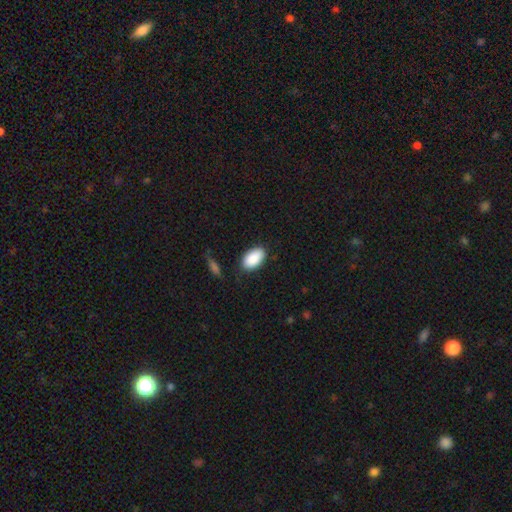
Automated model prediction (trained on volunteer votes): smooth_or_featured: smooth (p=0.89) [alt: star or artifact p=0.06]
how_rounded: in between (p=0.94) [alt: round p=0.04]
merging: none (p=0.82) [alt: minor disturbance p=0.12]